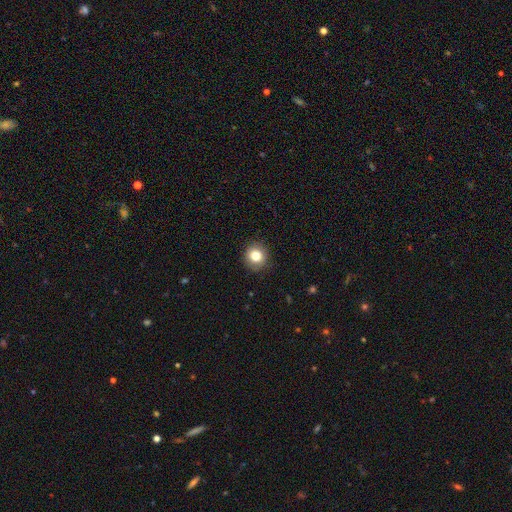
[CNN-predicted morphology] smooth-or-featured: smooth: 81% | star or artifact: 10% | featured or disk: 8%
  how-rounded: round: 90% | in between: 9% | cigar-shaped: 1%
  merging: none: 89% | minor disturbance: 8% | major disturbance: 2% | merger: 1%